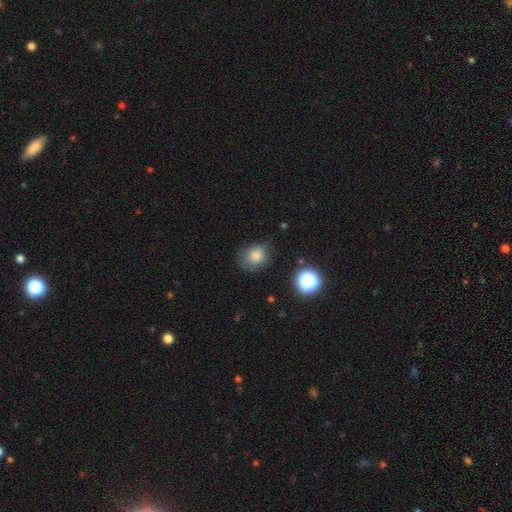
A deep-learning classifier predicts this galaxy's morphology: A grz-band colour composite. It shows a smooth galaxy with no disk features (80%) that is round (72%). Merging: none (68%).